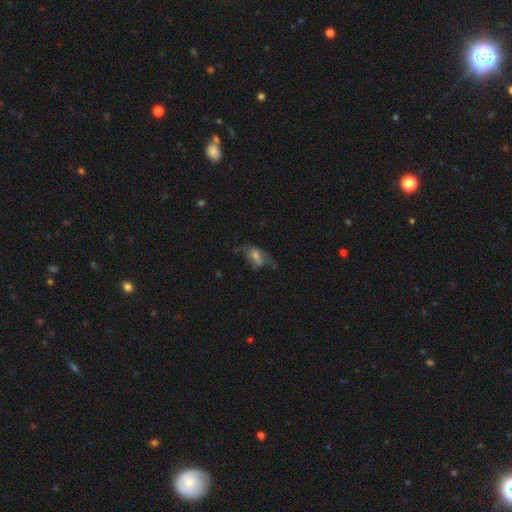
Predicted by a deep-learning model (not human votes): A featured or disk galaxy (42%). Merging: none (42%).